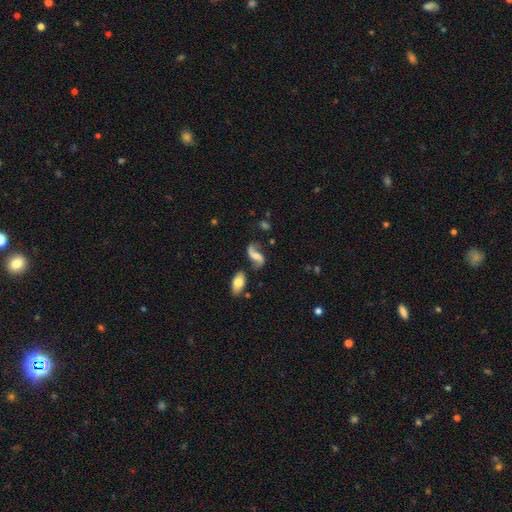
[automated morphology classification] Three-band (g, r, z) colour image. It shows a featured or disk galaxy (78%) with a weak bar (42%), 2 (92%) loose (82%) spiral arms (93%) and a small central bulge (33%). Merging: none (63%).